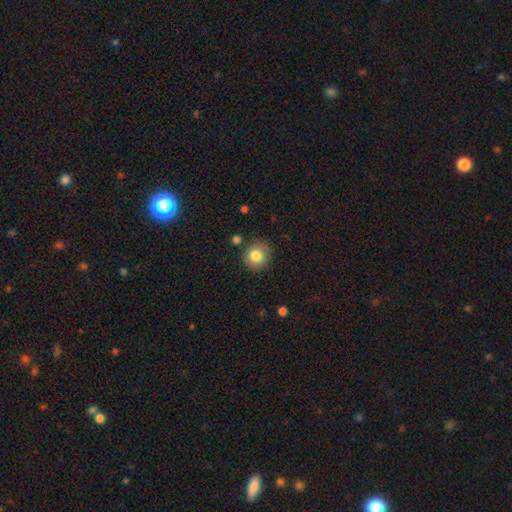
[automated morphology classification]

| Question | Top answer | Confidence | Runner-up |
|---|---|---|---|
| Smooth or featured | smooth | 83% | star or artifact (9%) |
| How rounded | round | 86% | in between (13%) |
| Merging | none | 84% | minor disturbance (10%) |